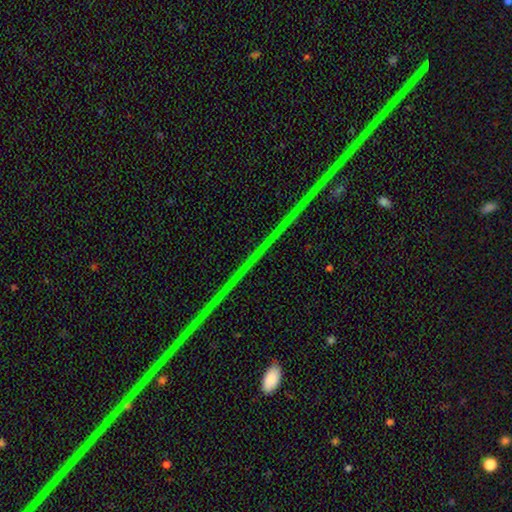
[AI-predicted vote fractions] The model was most divided on "smooth or featured": star or artifact: 84%, featured or disk: 10%, smooth: 6%.